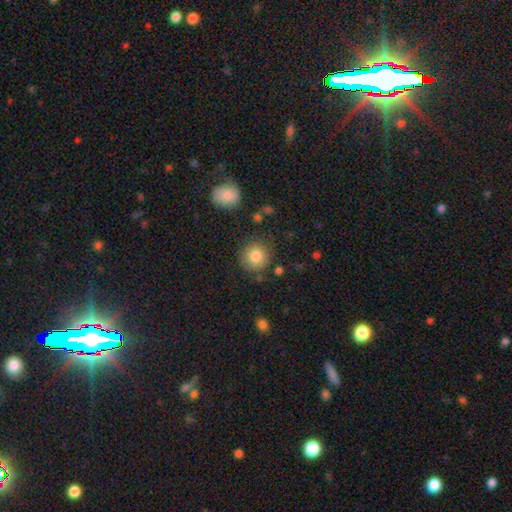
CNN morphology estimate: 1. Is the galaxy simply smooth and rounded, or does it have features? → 83% smooth, 9% star or artifact, 8% featured or disk.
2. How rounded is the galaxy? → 91% round, 8% in between, 1% cigar-shaped.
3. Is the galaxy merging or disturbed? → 83% none, 10% minor disturbance, 3% major disturbance, 3% merger.